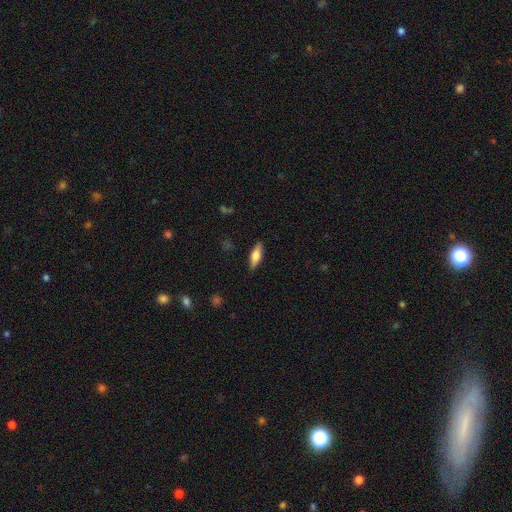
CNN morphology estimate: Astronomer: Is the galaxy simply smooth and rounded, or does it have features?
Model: smooth — 51% (runner-up: featured or disk, 42%).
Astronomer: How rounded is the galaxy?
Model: in between — 56% (runner-up: cigar-shaped, 42%).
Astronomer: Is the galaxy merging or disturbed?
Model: none — 86%.